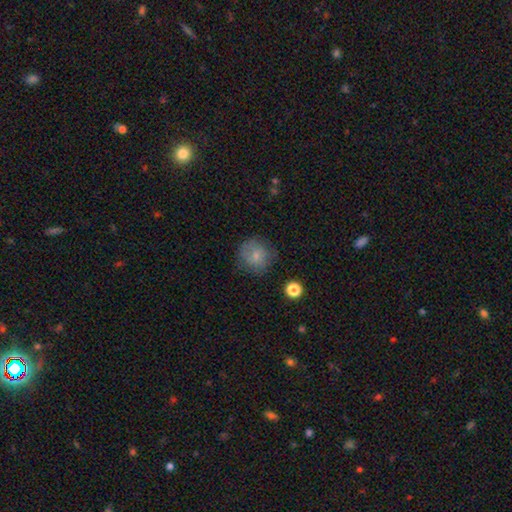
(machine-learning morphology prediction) Q: Smooth or featured?
A: smooth (74%); runner-up: featured or disk (16%)
Q: How rounded?
A: round (88%); runner-up: in between (11%)
Q: Merging?
A: none (74%); runner-up: minor disturbance (18%)